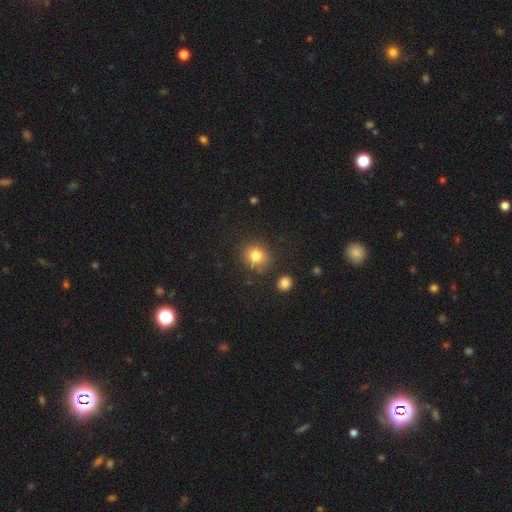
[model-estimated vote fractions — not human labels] Smooth or featured? Predicted: smooth (p=0.82). How rounded? Predicted: round (p=0.80). Merging? Predicted: none (p=0.83).